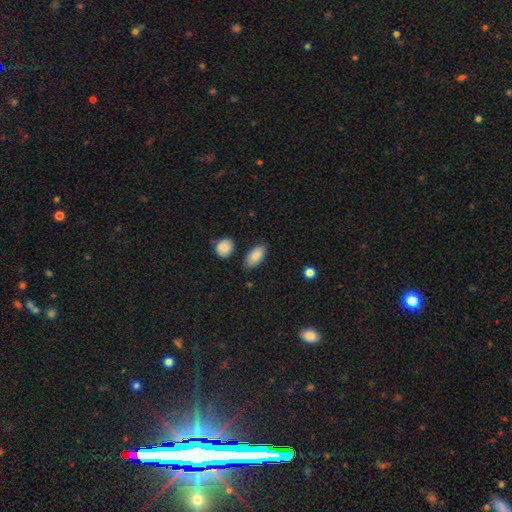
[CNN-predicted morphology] smooth-or-featured: smooth: 85% | featured or disk: 8% | star or artifact: 7%
  how-rounded: in between: 92% | cigar-shaped: 5% | round: 3%
  merging: none: 81% | minor disturbance: 13% | merger: 3% | major disturbance: 3%